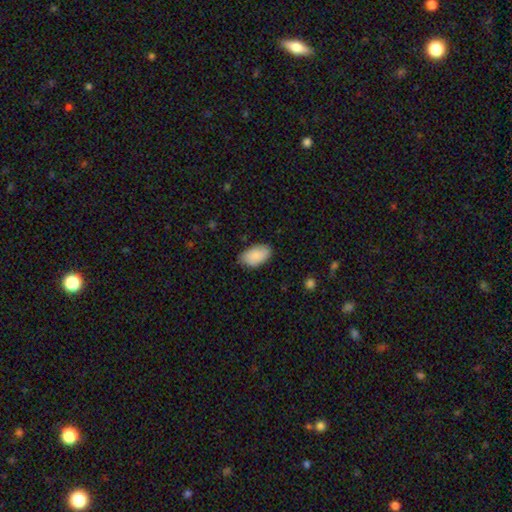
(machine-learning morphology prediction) Smooth or featured? Predicted: smooth (p=0.86). How rounded? Predicted: in between (p=0.94). Merging? Predicted: none (p=0.77).